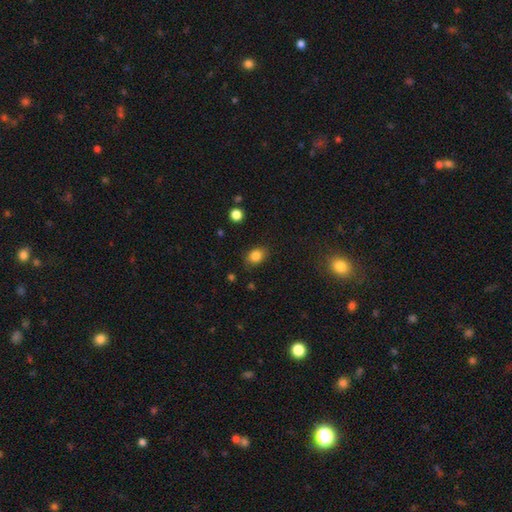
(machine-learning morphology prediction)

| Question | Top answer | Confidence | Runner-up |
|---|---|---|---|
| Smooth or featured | smooth | 83% | star or artifact (11%) |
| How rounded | in between | 62% | round (36%) |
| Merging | none | 80% | minor disturbance (15%) |